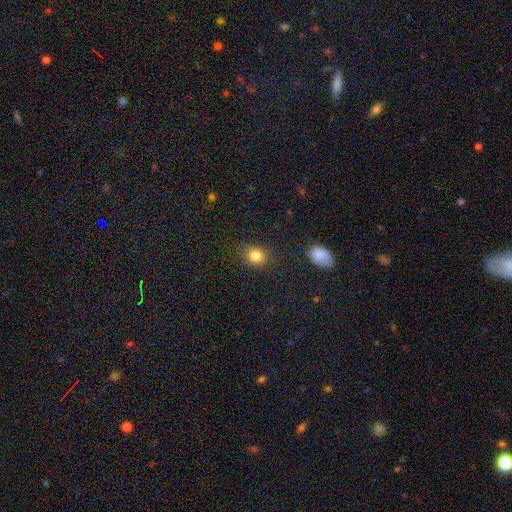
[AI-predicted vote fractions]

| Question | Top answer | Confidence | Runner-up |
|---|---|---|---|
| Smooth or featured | smooth | 83% | star or artifact (11%) |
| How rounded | round | 71% | in between (28%) |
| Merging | none | 86% | minor disturbance (10%) |